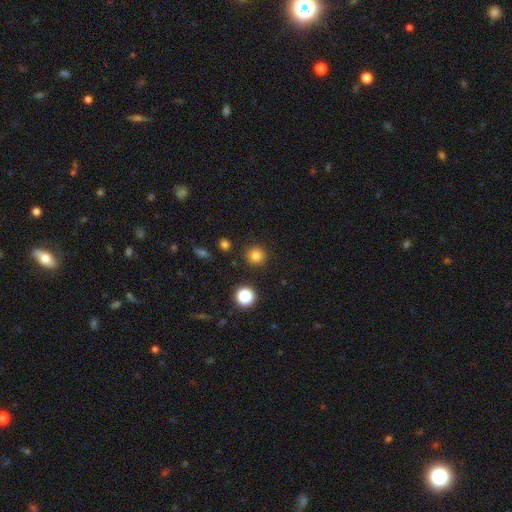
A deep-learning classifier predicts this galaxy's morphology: Smooth or featured? smooth (79%)
How rounded? round (95%)
Merging? none (90%)